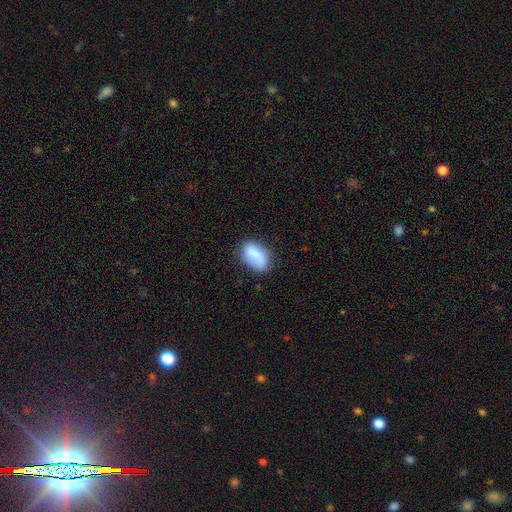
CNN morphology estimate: This is clearly a smooth galaxy (83%). How rounded: clearly in between (91%). Merging: likely none (69%).